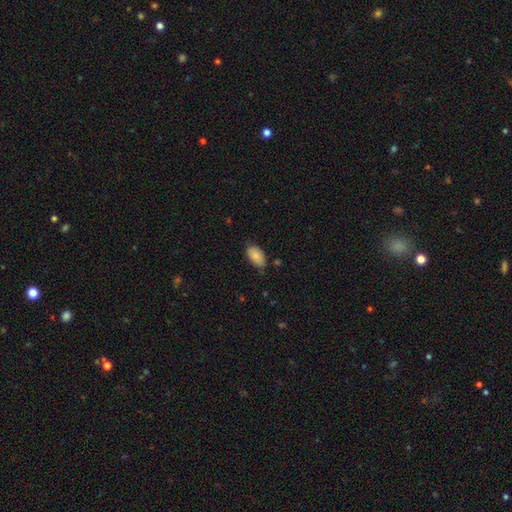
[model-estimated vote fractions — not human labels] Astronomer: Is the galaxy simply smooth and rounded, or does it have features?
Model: smooth — 87%.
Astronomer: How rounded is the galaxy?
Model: in between — 94%.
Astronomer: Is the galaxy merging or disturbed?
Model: none — 74%.